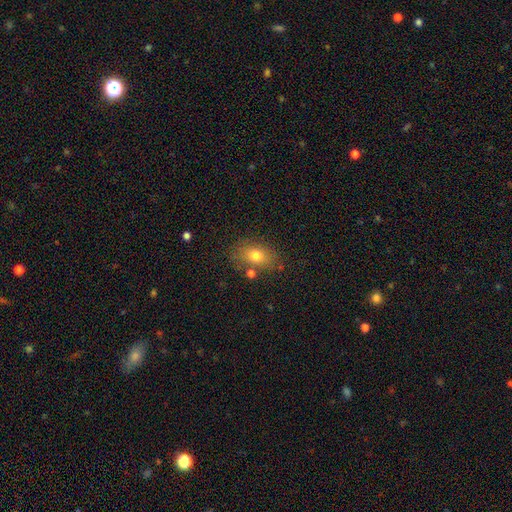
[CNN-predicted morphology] Q: Smooth or featured?
A: smooth (76%); runner-up: featured or disk (13%)
Q: How rounded?
A: in between (77%); runner-up: round (20%)
Q: Merging?
A: none (72%); runner-up: minor disturbance (16%)